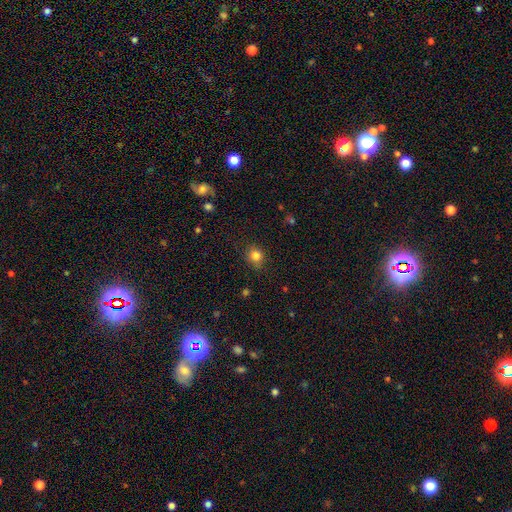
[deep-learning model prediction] smooth-or-featured: smooth: 83% | star or artifact: 12% | featured or disk: 5%
  how-rounded: round: 78% | in between: 21% | cigar-shaped: 1%
  merging: none: 83% | minor disturbance: 13% | major disturbance: 3% | merger: 1%